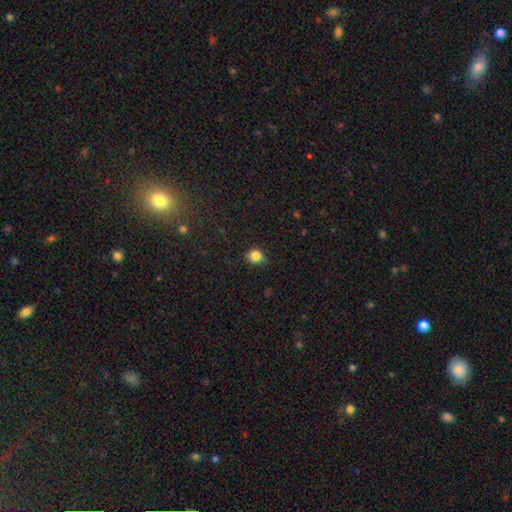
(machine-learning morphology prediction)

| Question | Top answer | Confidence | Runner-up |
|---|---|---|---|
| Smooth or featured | smooth | 82% | star or artifact (12%) |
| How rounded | round | 82% | in between (17%) |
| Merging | none | 71% | minor disturbance (23%) |